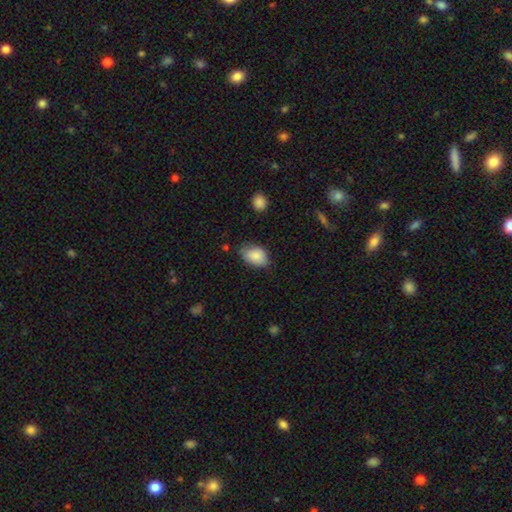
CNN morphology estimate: smooth_or_featured: smooth (p=0.87) [alt: star or artifact p=0.07]
how_rounded: in between (p=0.86) [alt: round p=0.12]
merging: none (p=0.67) [alt: minor disturbance p=0.26]